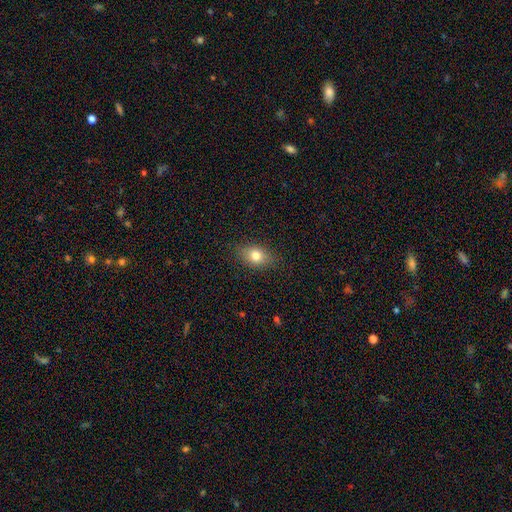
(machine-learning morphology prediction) A smooth galaxy with no disk features (79%) that is in between round and cigar-shaped (74%).

Vote fractions:
- Smooth or featured? smooth: 79% / featured or disk: 12% / star or artifact: 10%
- How rounded? in between: 74% / round: 24% / cigar-shaped: 2%
- Merging? none: 85% / minor disturbance: 11% / major disturbance: 3% / merger: 1%